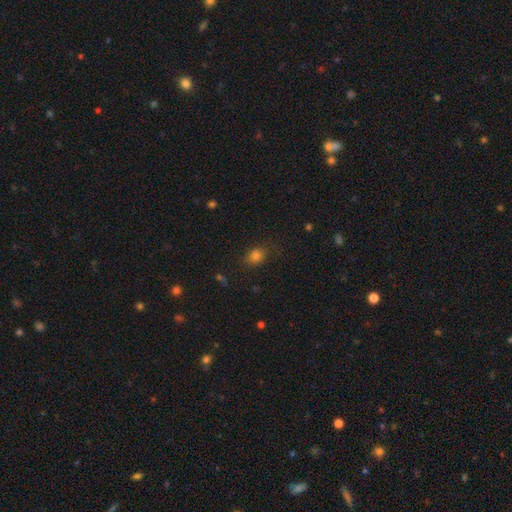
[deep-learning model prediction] This is likely a smooth galaxy (77%). How rounded: possibly in between (49%, tied with round). Merging: likely none (75%).